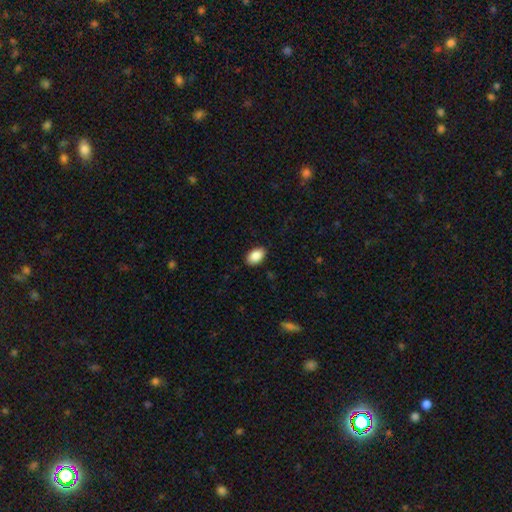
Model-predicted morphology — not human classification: A smooth galaxy with no disk features (89%) that is in between round and cigar-shaped (93%).

Vote fractions:
- Smooth or featured? smooth: 89% / star or artifact: 7% / featured or disk: 4%
- How rounded? in between: 93% / round: 6% / cigar-shaped: 1%
- Merging? none: 88% / minor disturbance: 9% / major disturbance: 2% / merger: 1%